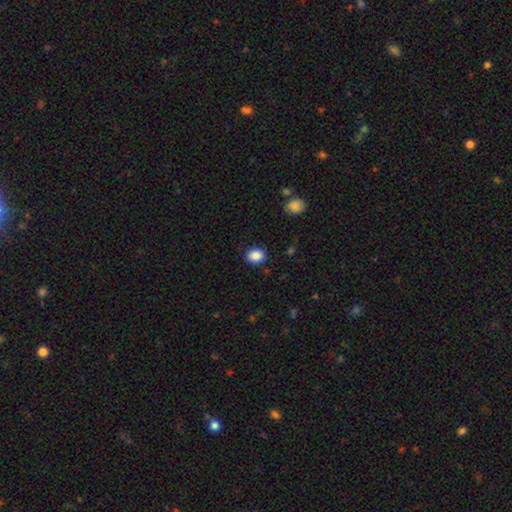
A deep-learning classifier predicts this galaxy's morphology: This appears to be a smooth galaxy with no disk features (88%) that is in between round and cigar-shaped (54%). Merging: none (88%).